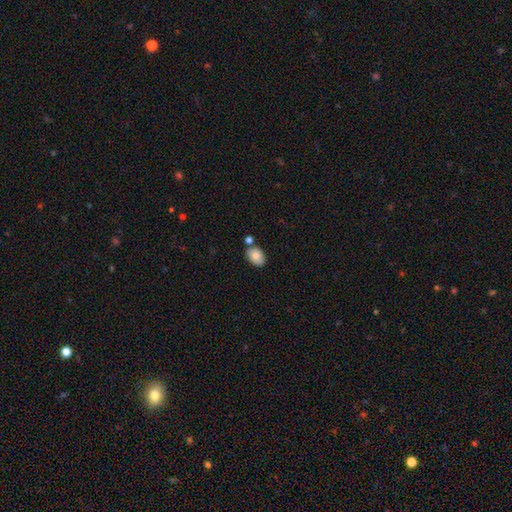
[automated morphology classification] smooth 80%, featured or disk 12%, star or artifact 8%. Down the decision tree: how rounded — in between (78%); merging — none (69%).